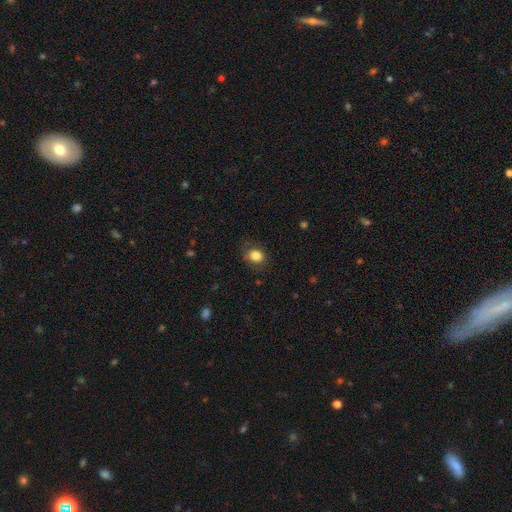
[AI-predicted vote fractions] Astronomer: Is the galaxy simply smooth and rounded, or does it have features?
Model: smooth — 84%.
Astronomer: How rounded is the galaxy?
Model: round — 60% (runner-up: in between, 39%).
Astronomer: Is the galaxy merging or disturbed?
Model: none — 80%.